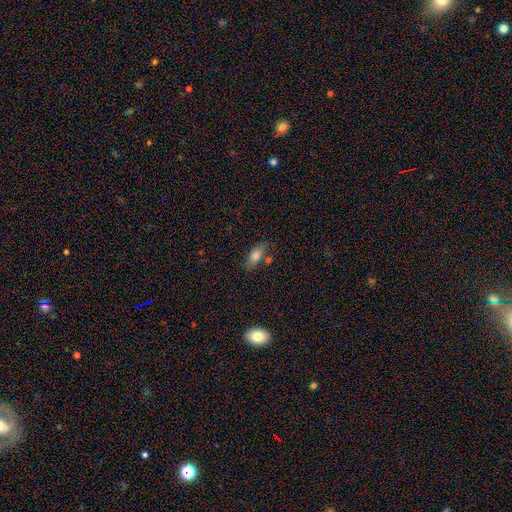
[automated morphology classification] Smooth or featured: smooth — 76% (featured or disk — 15%)
How rounded: in between — 83% (cigar-shaped — 12%)
Merging: none — 70% (minor disturbance — 17%)